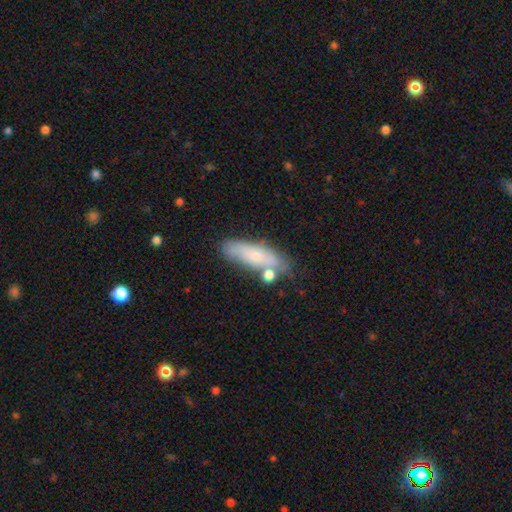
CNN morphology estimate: Overall: smooth (67%). How rounded: cigar-shaped (52%; in between 45%). Merging: none (62%).